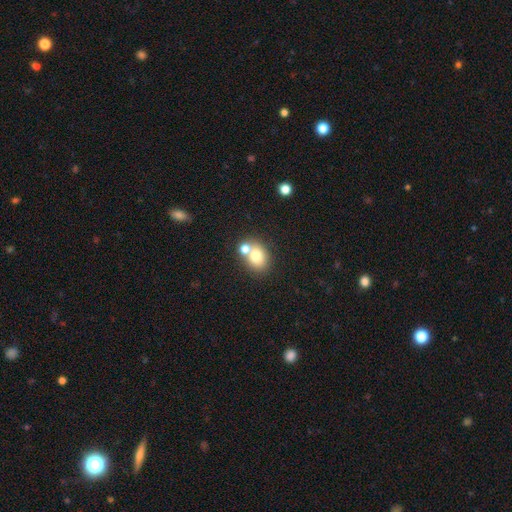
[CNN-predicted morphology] Smooth or featured: smooth — 75% (featured or disk — 14%)
How rounded: round — 52% (in between — 47%)
Merging: none — 49% (merger — 39%)